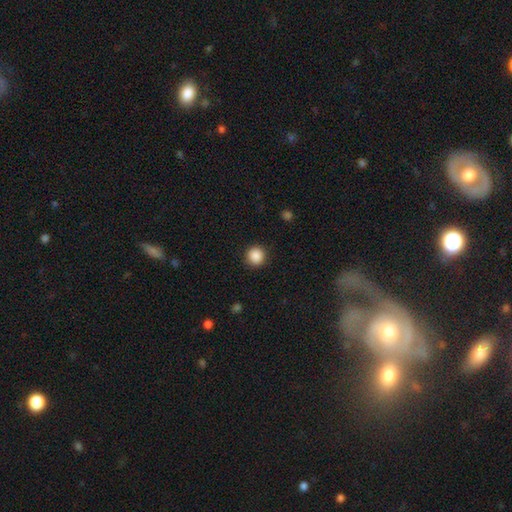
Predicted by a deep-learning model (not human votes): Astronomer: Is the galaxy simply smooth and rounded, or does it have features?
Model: smooth — 88%.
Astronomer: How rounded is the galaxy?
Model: round — 93%.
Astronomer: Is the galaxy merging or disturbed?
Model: none — 91%.